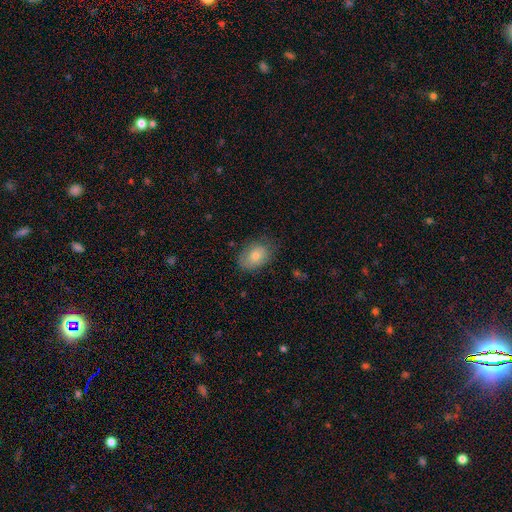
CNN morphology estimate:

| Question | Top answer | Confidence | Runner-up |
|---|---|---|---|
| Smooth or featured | smooth | 78% | featured or disk (15%) |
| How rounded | in between | 80% | round (19%) |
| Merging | none | 71% | minor disturbance (22%) |